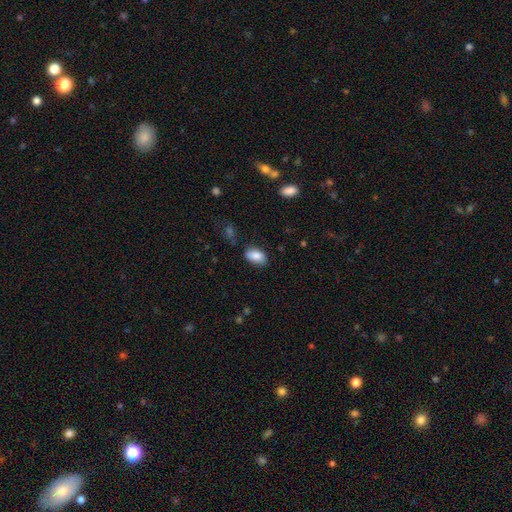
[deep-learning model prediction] Overall: smooth (85%). How rounded: in between (92%). Merging: none (79%).